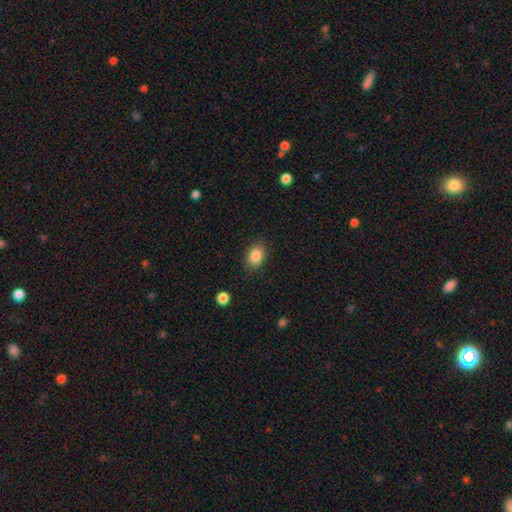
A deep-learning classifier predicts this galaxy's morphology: Smooth or featured? smooth (86%)
How rounded? in between (74%)
Merging? none (86%)